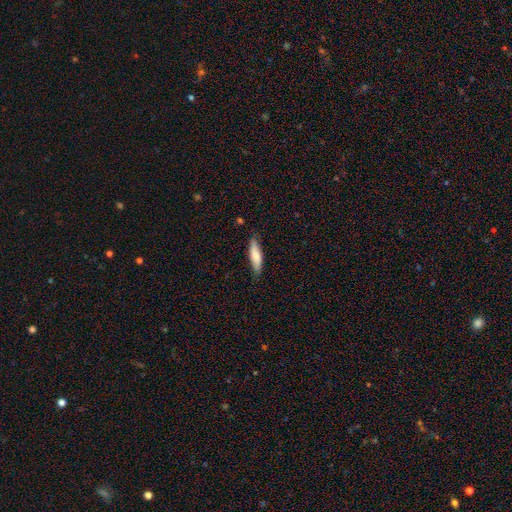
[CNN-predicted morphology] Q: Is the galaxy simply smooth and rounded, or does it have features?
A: smooth — 75%.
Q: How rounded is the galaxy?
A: cigar-shaped — 66%.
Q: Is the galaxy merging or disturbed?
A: none — 80%.